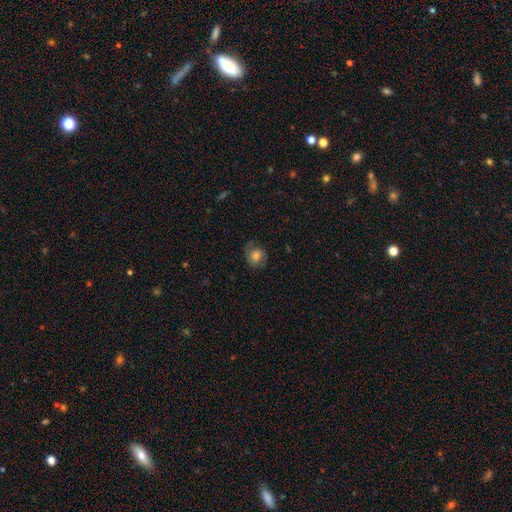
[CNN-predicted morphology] Smooth or featured? Predicted: smooth (p=0.66). How rounded? Predicted: round (p=0.74). Merging? Predicted: none (p=0.68).